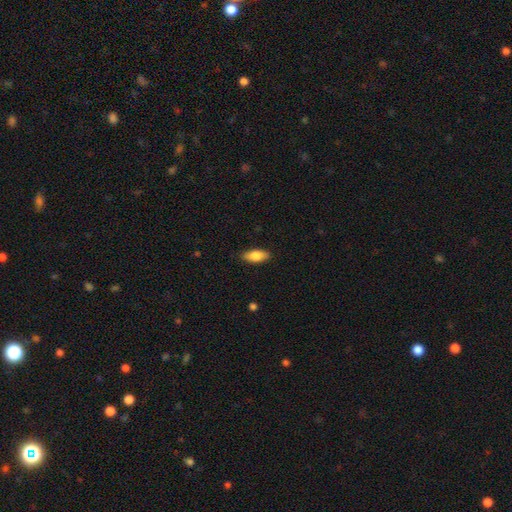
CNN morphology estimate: Q: Smooth or featured?
A: smooth (80%); runner-up: featured or disk (14%)
Q: How rounded?
A: in between (79%); runner-up: cigar-shaped (18%)
Q: Merging?
A: none (88%); runner-up: minor disturbance (9%)